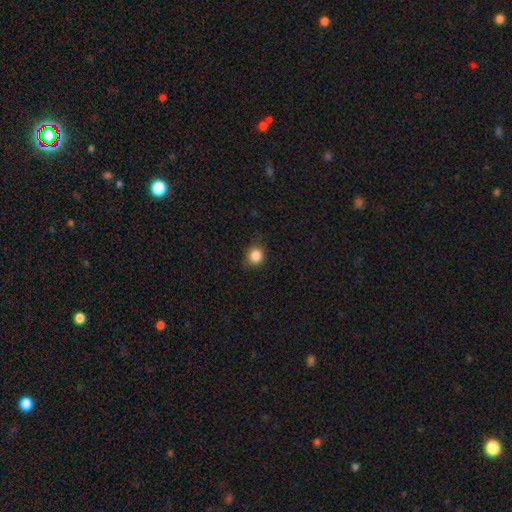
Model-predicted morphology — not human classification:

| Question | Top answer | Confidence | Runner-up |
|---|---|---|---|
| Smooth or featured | smooth | 85% | star or artifact (11%) |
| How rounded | round | 81% | in between (18%) |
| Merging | none | 81% | minor disturbance (15%) |